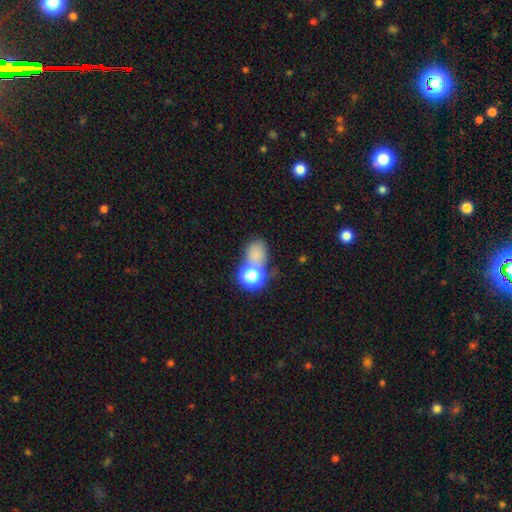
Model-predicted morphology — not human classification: The model was most divided on "merging": none: 41%, merger: 34%, minor disturbance: 14%, major disturbance: 11%. More confident: smooth or featured — smooth (66%); how rounded — in between (53%).